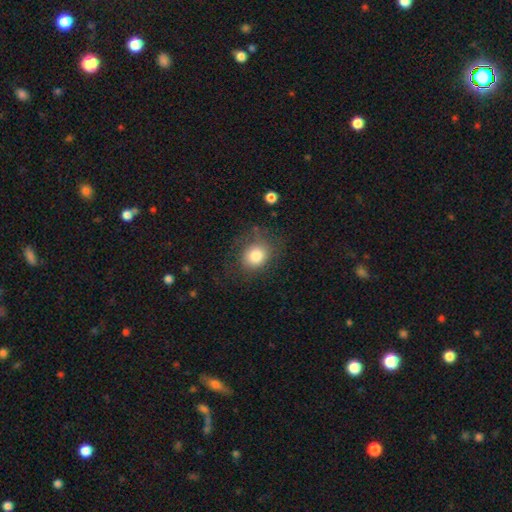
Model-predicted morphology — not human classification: Smooth or featured? Predicted: smooth (p=0.80). How rounded? Predicted: round (p=0.64). Merging? Predicted: none (p=0.68).